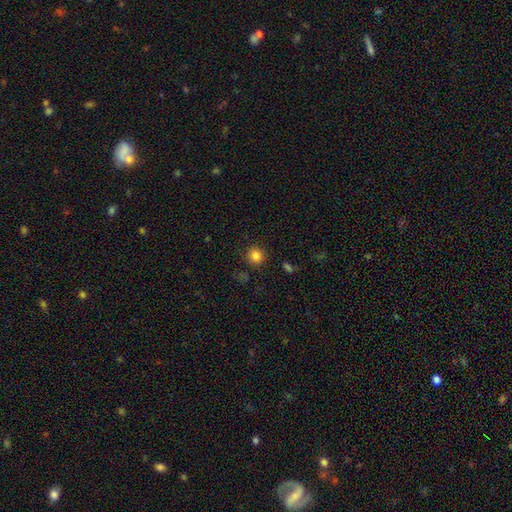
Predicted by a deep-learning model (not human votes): The model was most divided on "smooth or featured": smooth: 84%, star or artifact: 12%, featured or disk: 4%. More confident: how rounded — round (88%); merging — none (88%).